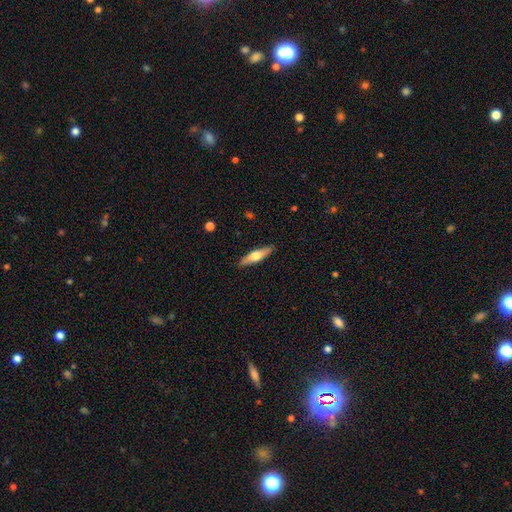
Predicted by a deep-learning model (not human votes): smooth-or-featured: smooth: 53% | featured or disk: 42% | star or artifact: 5%
  how-rounded: cigar-shaped: 73% | in between: 25% | round: 2%
  merging: none: 89% | minor disturbance: 8% | major disturbance: 2% | merger: 1%